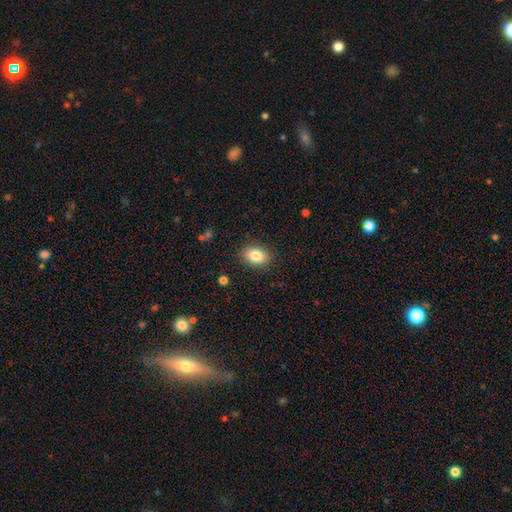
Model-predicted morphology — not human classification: Q: Smooth or featured?
A: smooth (84%); runner-up: star or artifact (8%)
Q: How rounded?
A: in between (77%); runner-up: round (22%)
Q: Merging?
A: none (87%); runner-up: minor disturbance (9%)